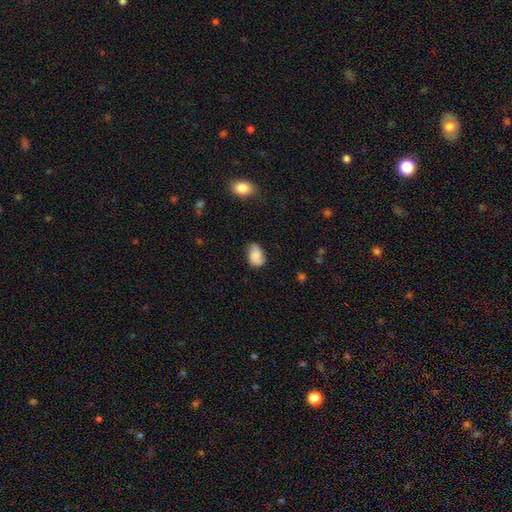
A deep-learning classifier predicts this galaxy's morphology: Smooth or featured? Predicted: smooth (p=0.62). How rounded? Predicted: in between (p=0.78). Merging? Predicted: none (p=0.66).